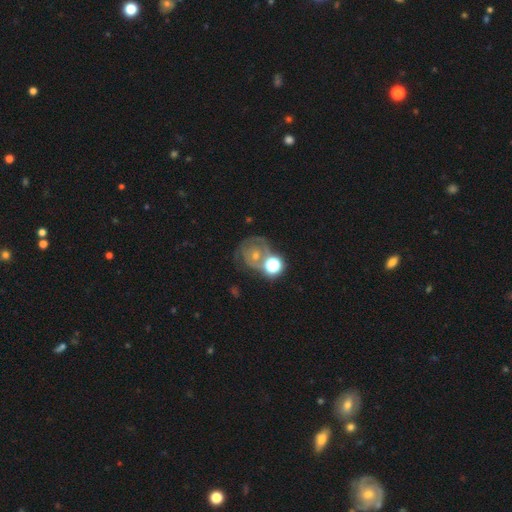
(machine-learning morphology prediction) This is possibly a featured or disk galaxy (59%). It is clearly not viewed edge-on (97%). Bar: likely no (73%). Spiral arm pattern: likely yes (74%). Central bulge: possibly small (46%). Merging: possibly none (47%).